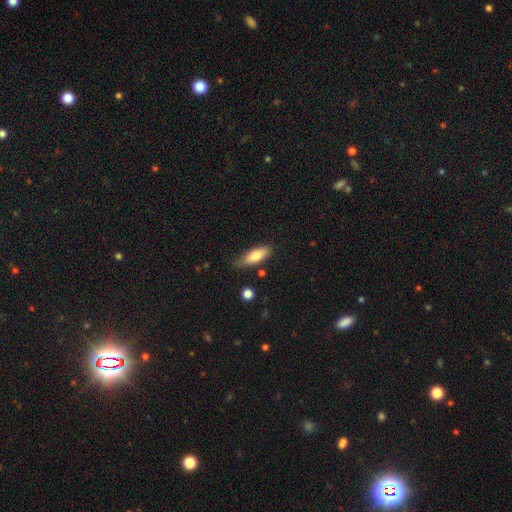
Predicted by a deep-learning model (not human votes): A smooth galaxy with no disk features (79%) that is in between round and cigar-shaped (72%).

Vote fractions:
- Smooth or featured? smooth: 79% / featured or disk: 15% / star or artifact: 6%
- How rounded? in between: 72% / cigar-shaped: 26% / round: 2%
- Merging? none: 70% / minor disturbance: 23% / major disturbance: 4% / merger: 3%